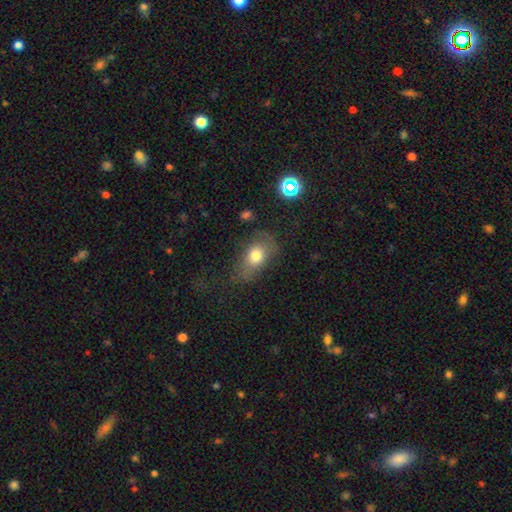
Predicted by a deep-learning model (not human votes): This appears to be a smooth galaxy with no disk features (70%) that is in between round and cigar-shaped (76%). Merging: none (49%).